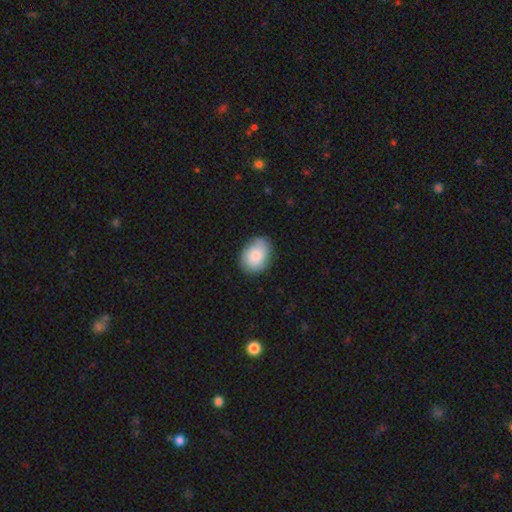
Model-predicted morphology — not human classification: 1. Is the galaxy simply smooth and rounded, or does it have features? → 81% smooth, 13% featured or disk, 7% star or artifact.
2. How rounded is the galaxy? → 64% in between, 35% round, 1% cigar-shaped.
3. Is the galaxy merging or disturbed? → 78% none, 17% minor disturbance, 4% major disturbance, 1% merger.